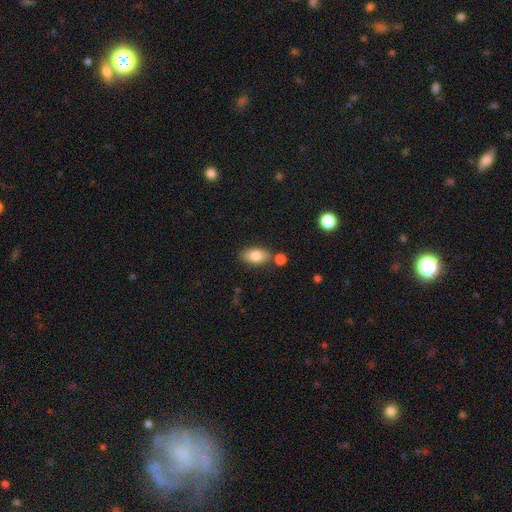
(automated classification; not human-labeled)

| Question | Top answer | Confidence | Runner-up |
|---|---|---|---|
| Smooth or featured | smooth | 81% | featured or disk (11%) |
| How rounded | in between | 90% | round (6%) |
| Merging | none | 72% | minor disturbance (13%) |